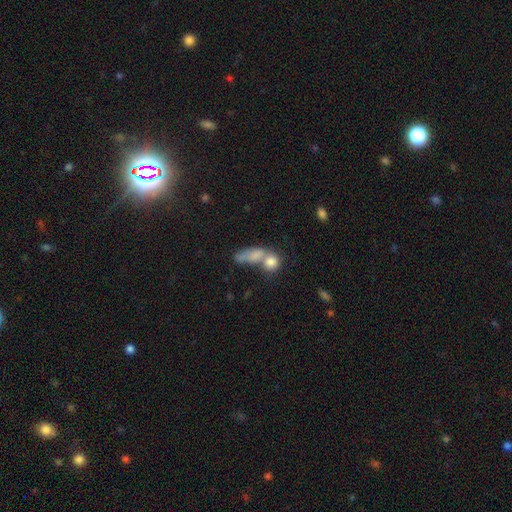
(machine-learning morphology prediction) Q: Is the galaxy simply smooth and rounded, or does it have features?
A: smooth — 67%.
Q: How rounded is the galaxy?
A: in between — 52%.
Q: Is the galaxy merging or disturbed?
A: merger — 48%.